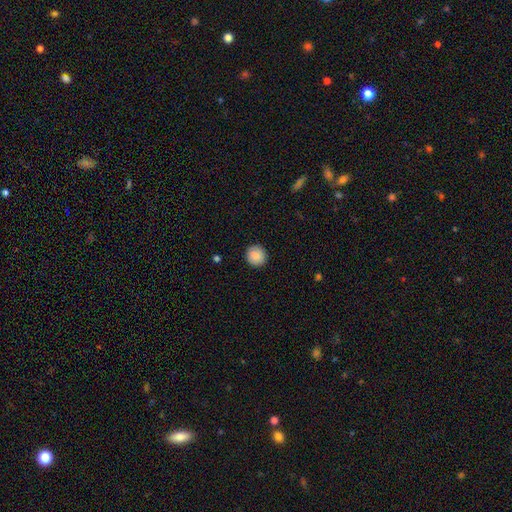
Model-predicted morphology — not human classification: Smooth or featured? Predicted: smooth (p=0.88). How rounded? Predicted: round (p=0.93). Merging? Predicted: none (p=0.92).